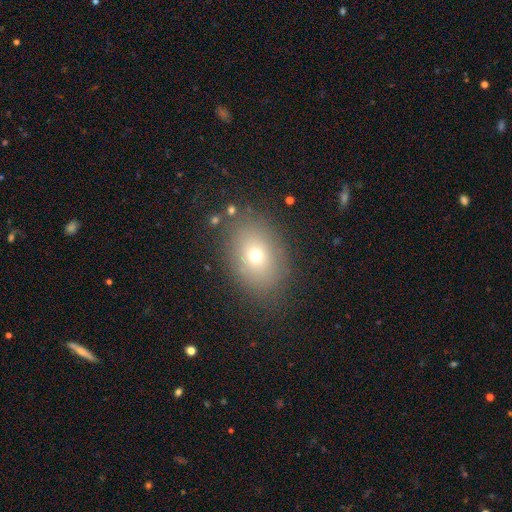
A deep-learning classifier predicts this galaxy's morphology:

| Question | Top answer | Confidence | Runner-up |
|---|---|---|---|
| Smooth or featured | smooth | 66% | featured or disk (18%) |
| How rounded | in between | 68% | round (30%) |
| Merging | none | 80% | minor disturbance (12%) |